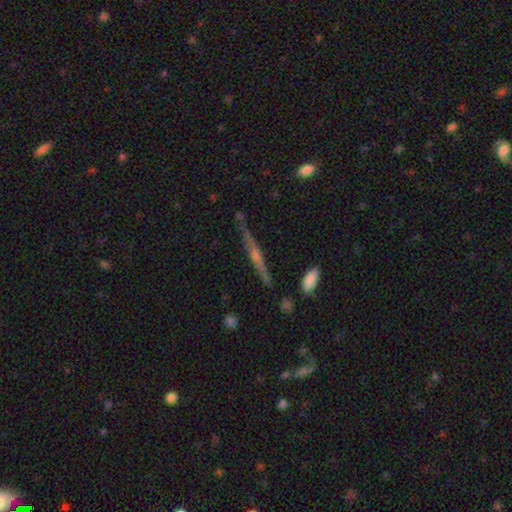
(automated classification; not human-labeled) This appears to be a featured or disk galaxy (69%) viewed edge-on (96%) with a rounded central bulge (69%). Merging: none (79%).